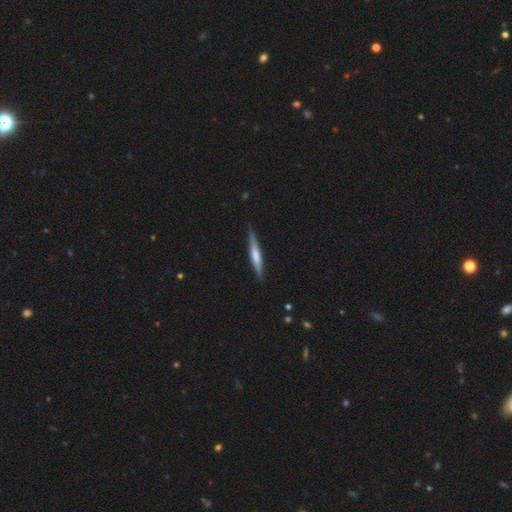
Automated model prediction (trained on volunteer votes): featured or disk 48%, smooth 47%, star or artifact 5%. Down the decision tree: merging — none (86%).